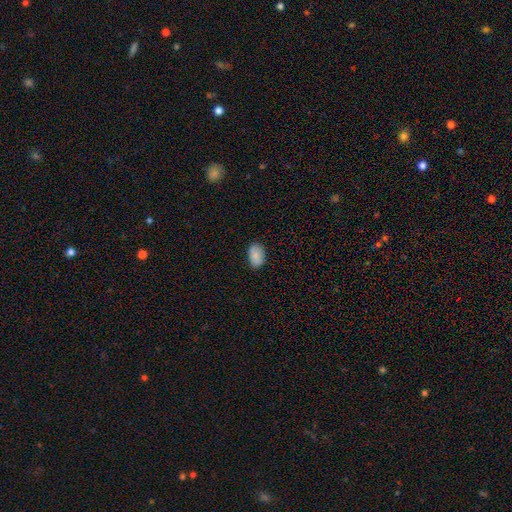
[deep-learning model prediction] This is clearly a smooth galaxy (86%). How rounded: clearly in between (91%). Merging: clearly none (83%).